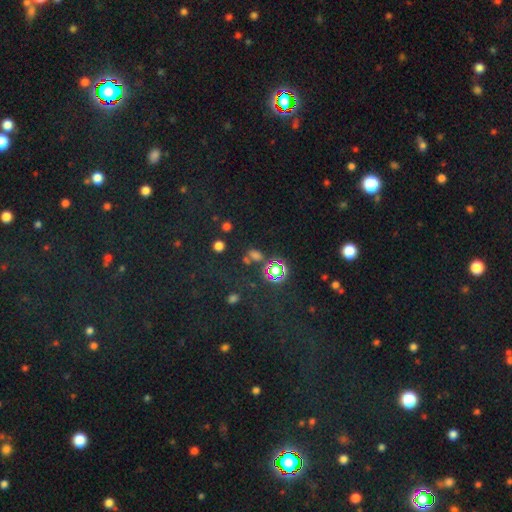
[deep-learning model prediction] Morphology: type=star or artifact (57%).